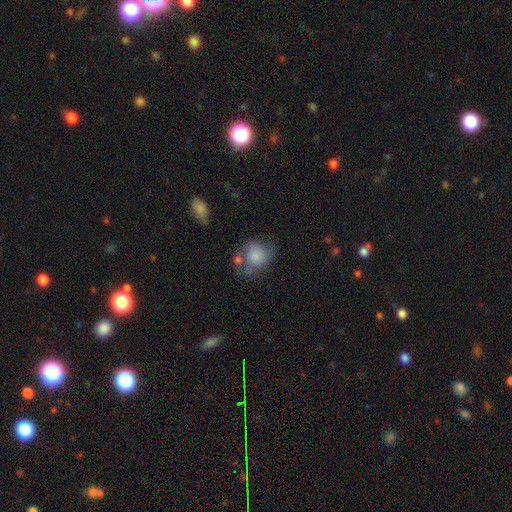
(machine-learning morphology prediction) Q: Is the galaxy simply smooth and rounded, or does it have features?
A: smooth — 72%.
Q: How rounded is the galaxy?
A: round — 69%.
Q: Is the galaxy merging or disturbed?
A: none — 41%.